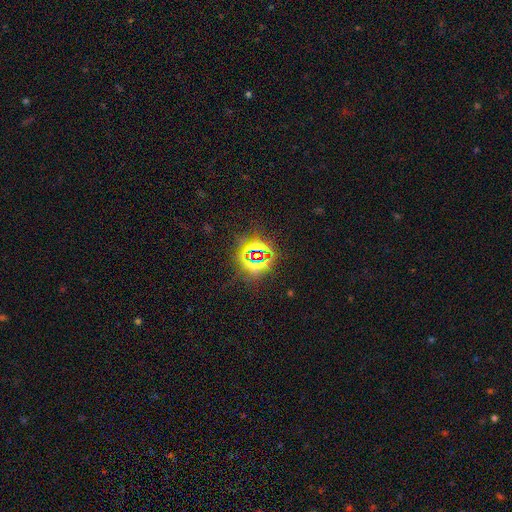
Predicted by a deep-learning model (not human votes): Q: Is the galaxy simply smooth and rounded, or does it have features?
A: star or artifact — 81%.